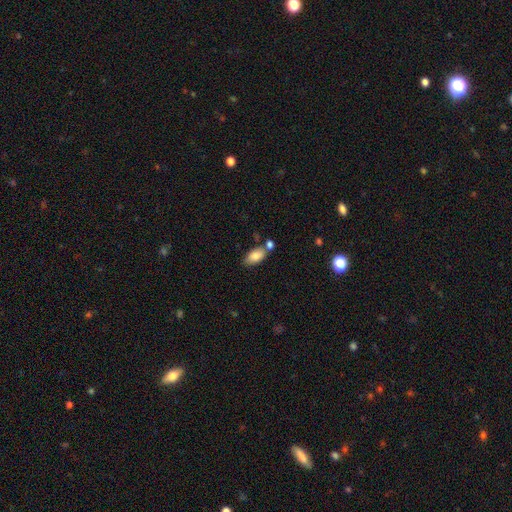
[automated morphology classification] Q: Smooth or featured?
A: smooth (82%); runner-up: featured or disk (10%)
Q: How rounded?
A: in between (91%); runner-up: cigar-shaped (5%)
Q: Merging?
A: none (61%); runner-up: merger (20%)